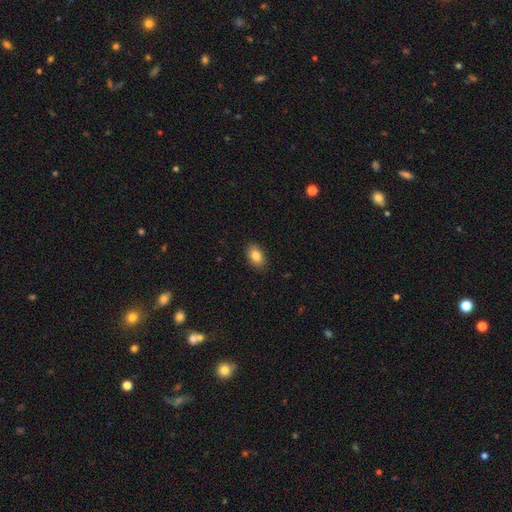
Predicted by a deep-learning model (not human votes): Smooth or featured? smooth (85%)
How rounded? in between (89%)
Merging? none (88%)